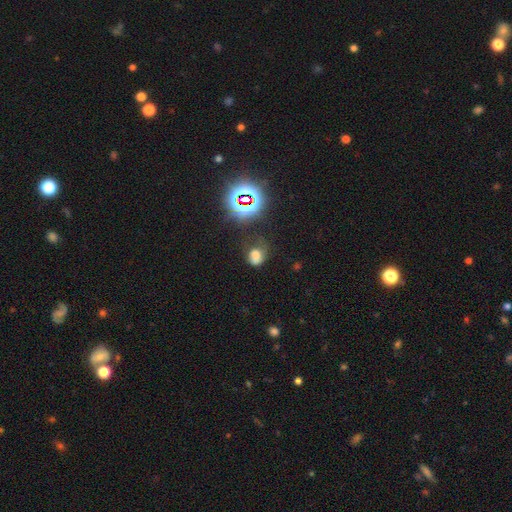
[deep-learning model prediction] A smooth galaxy with no disk features (59%) that is in between round and cigar-shaped (54%).

Vote fractions:
- Smooth or featured? smooth: 59% / star or artifact: 25% / featured or disk: 16%
- How rounded? in between: 54% / round: 45% / cigar-shaped: 1%
- Merging? none: 40% / minor disturbance: 28% / major disturbance: 24% / merger: 8%